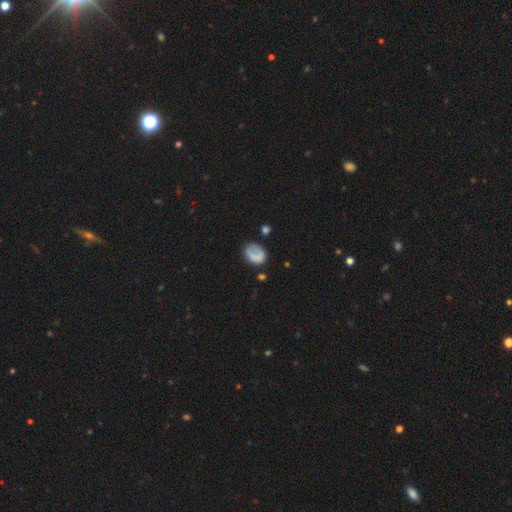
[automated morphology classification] A smooth galaxy with no disk features (71%) that is in between round and cigar-shaped (60%).

Vote fractions:
- Smooth or featured? smooth: 71% / featured or disk: 19% / star or artifact: 10%
- How rounded? in between: 60% / round: 39% / cigar-shaped: 1%
- Merging? none: 53% / minor disturbance: 26% / major disturbance: 16% / merger: 4%